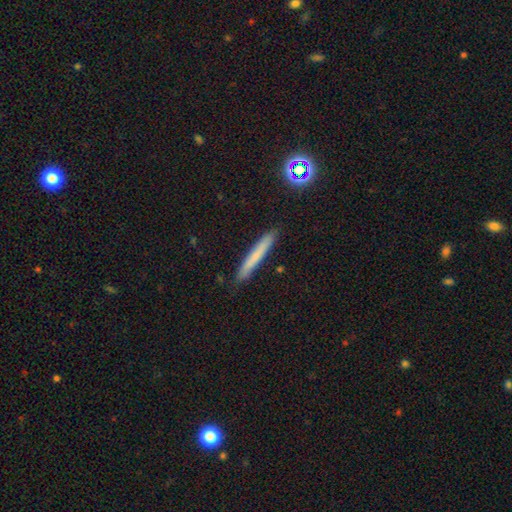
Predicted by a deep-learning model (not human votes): The model was most divided on "smooth or featured": smooth: 67%, featured or disk: 24%, star or artifact: 9%. More confident: how rounded — cigar-shaped (96%); merging — none (88%).